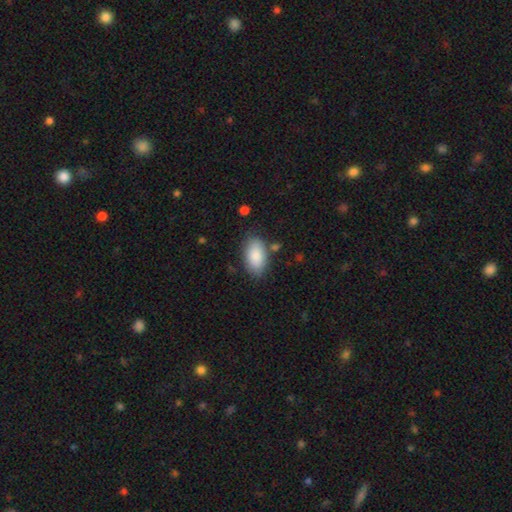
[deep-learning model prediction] Smooth or featured?
  - smooth: 88% *
  - featured or disk: 6%
  - star or artifact: 6%
How rounded?
  - in between: 94% *
  - round: 3%
  - cigar-shaped: 3%
Merging?
  - none: 79% *
  - minor disturbance: 14%
  - major disturbance: 4%
  - merger: 3%